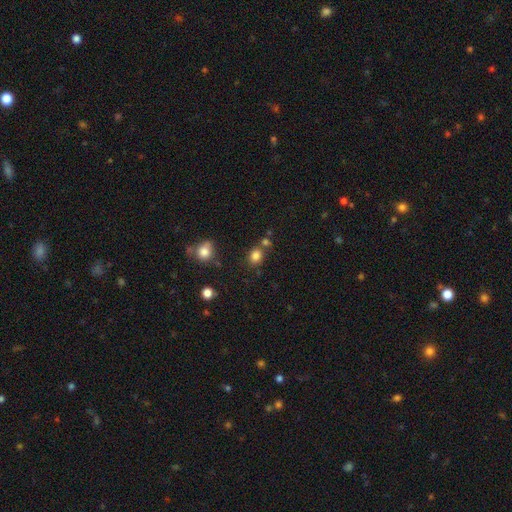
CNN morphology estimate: Smooth or featured: smooth — 81% (star or artifact — 13%)
How rounded: round — 64% (in between — 35%)
Merging: none — 69% (merger — 15%)